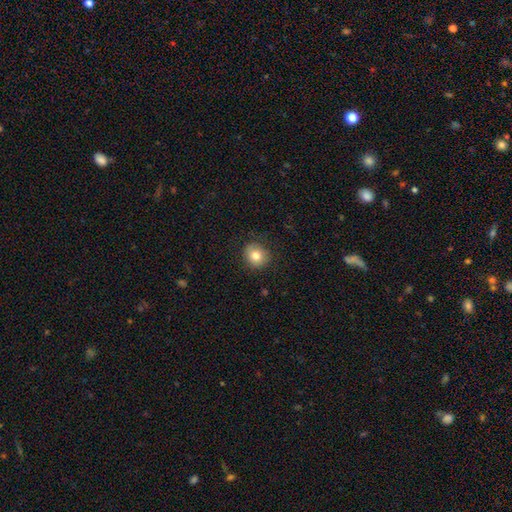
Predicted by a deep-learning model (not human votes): smooth-or-featured: smooth: 80% | star or artifact: 10% | featured or disk: 10%
  how-rounded: round: 83% | in between: 16% | cigar-shaped: 1%
  merging: none: 87% | minor disturbance: 10% | major disturbance: 3% | merger: 1%